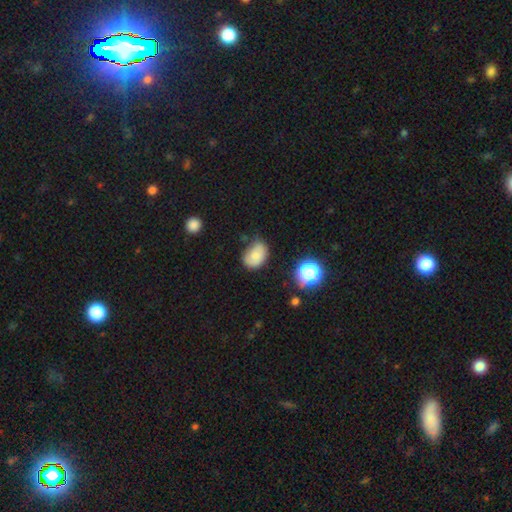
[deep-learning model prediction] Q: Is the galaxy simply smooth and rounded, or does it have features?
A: smooth — 77%.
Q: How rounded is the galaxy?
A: in between — 74%.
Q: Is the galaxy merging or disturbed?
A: none — 49%.